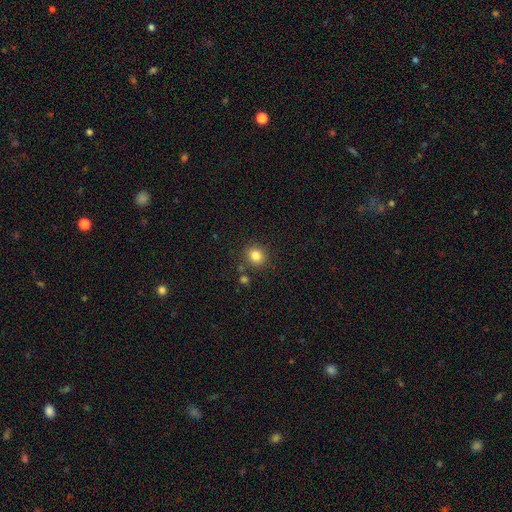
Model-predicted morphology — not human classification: smooth-or-featured: smooth: 83% | star or artifact: 11% | featured or disk: 6%
  how-rounded: round: 78% | in between: 21% | cigar-shaped: 1%
  merging: none: 83% | minor disturbance: 9% | merger: 5% | major disturbance: 3%